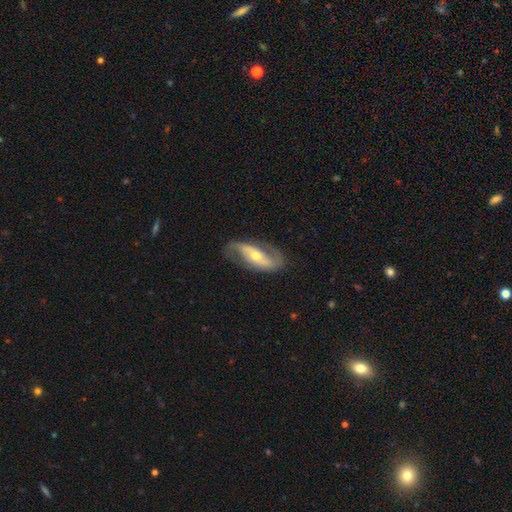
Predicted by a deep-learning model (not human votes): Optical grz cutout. It shows a featured or disk galaxy (83%) with no bar (37%), 2 (90%) loose (53%) spiral arms (92%) and a moderate central bulge (52%). Merging: none (76%).